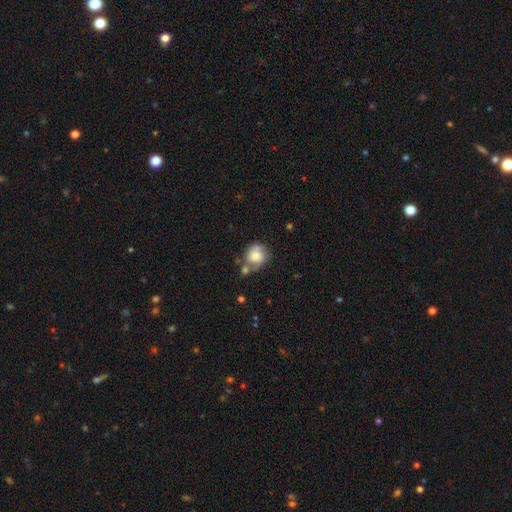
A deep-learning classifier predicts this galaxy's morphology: Smooth or featured? smooth (70%)
How rounded? round (78%)
Merging? none (44%)